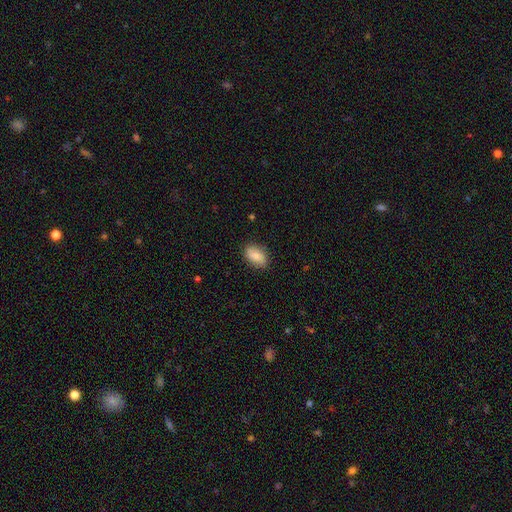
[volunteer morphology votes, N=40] This appears to be a smooth galaxy with no disk features (88%) that is in between round and cigar-shaped (91%). Merging: none (97%).